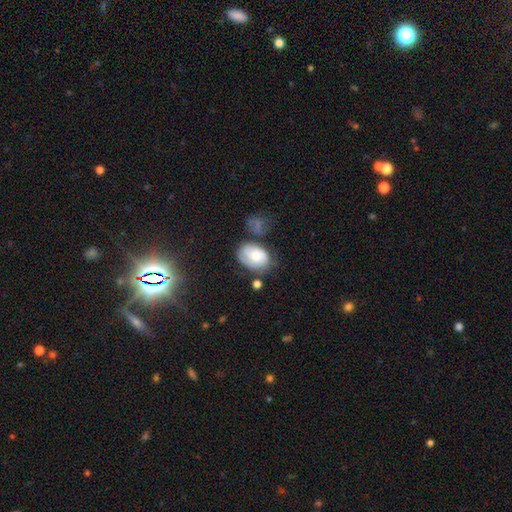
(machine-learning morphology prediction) Overall: smooth (58%; featured or disk 34%). How rounded: in between (79%). Merging: none (48%; minor disturbance 28%).